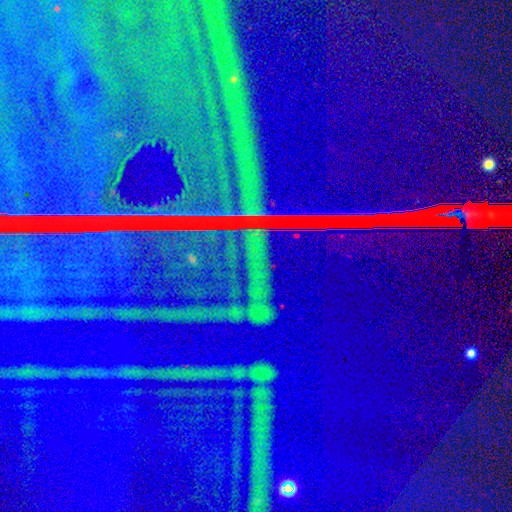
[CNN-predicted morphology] Smooth or featured? star or artifact (86%)